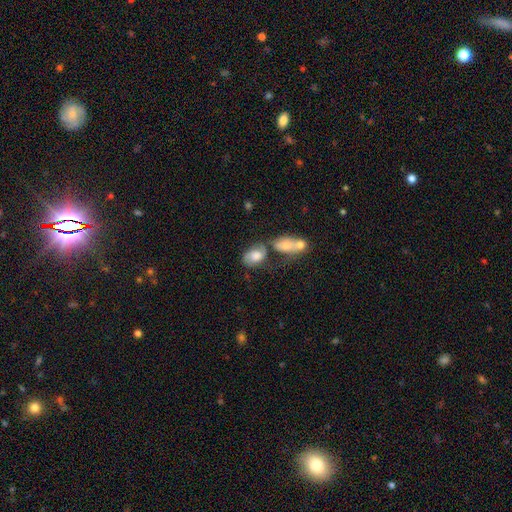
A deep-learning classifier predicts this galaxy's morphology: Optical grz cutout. It shows a smooth galaxy with no disk features (54%) that is in between round and cigar-shaped (82%). Merging: none (41%).